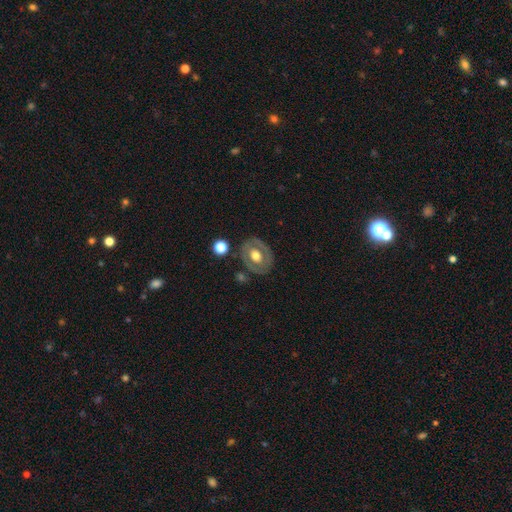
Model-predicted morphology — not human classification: smooth-or-featured: featured or disk: 56% | smooth: 38% | star or artifact: 6%
  disk-edge-on: no: 93% | yes: 7%
    bar: no: 77% | weak: 17% | strong: 6%
    has-spiral-arms: no: 79% | yes: 21%
    bulge-size: moderate: 58% | large: 33% | small: 6% | dominant: 2% | none: 1%
  merging: none: 76% | minor disturbance: 14% | major disturbance: 6% | merger: 4%